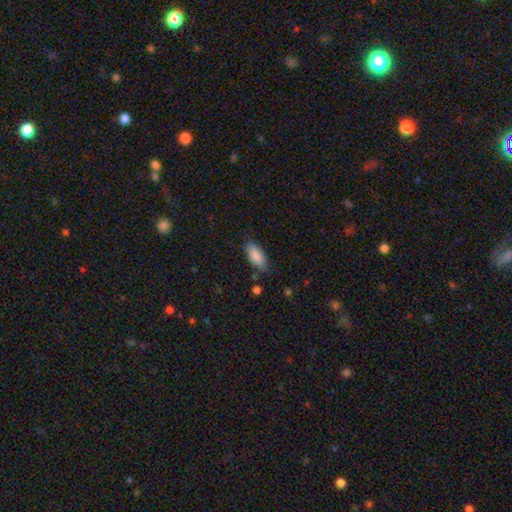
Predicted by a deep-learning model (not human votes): A smooth galaxy with no disk features (86%) that is in between round and cigar-shaped (82%).

Vote fractions:
- Smooth or featured? smooth: 86% / featured or disk: 7% / star or artifact: 6%
- How rounded? in between: 82% / cigar-shaped: 17% / round: 2%
- Merging? none: 81% / minor disturbance: 14% / major disturbance: 3% / merger: 2%